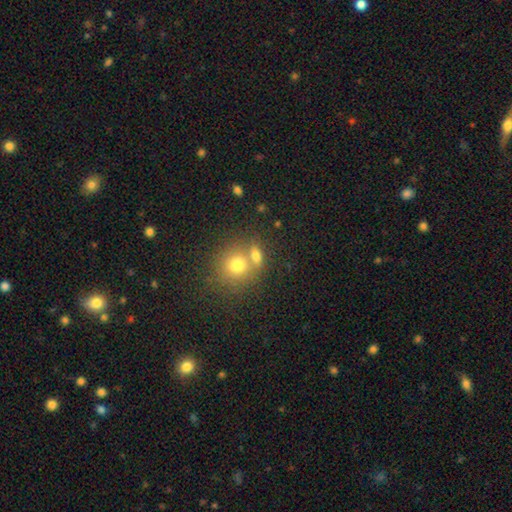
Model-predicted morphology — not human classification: smooth 74%, featured or disk 14%, star or artifact 12%. Down the decision tree: how rounded — in between (49%); merging — merger (44%).